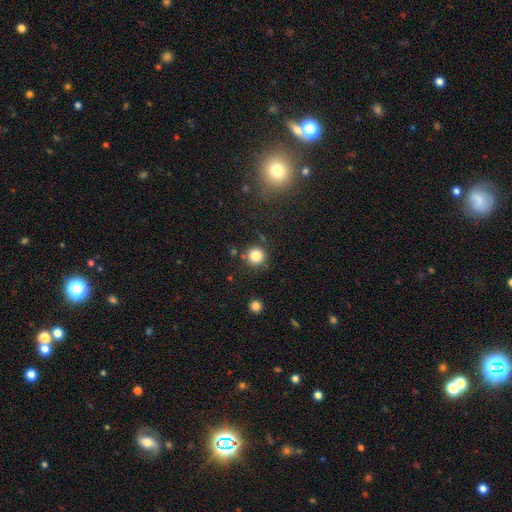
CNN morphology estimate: Overall: smooth (82%). How rounded: round (94%). Merging: none (82%).